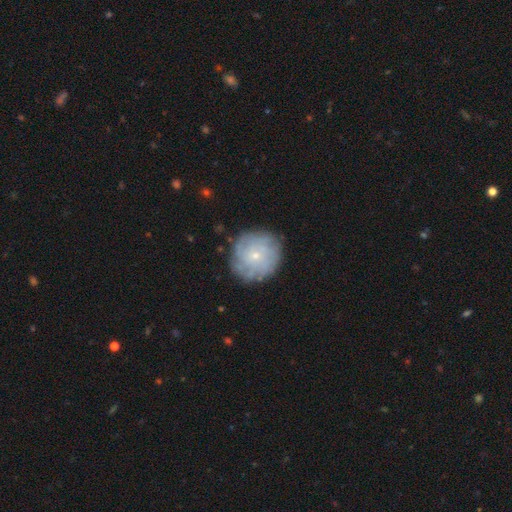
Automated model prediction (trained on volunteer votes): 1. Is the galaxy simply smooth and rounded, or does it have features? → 53% featured or disk, 38% smooth, 8% star or artifact.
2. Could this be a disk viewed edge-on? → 97% no, 3% yes.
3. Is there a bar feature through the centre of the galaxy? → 86% no, 12% weak, 2% strong.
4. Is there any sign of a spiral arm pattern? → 70% yes, 30% no.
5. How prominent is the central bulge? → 83% small, 13% moderate, 2% none, 1% large, 1% dominant.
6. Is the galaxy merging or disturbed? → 81% none, 13% minor disturbance, 4% major disturbance, 1% merger.